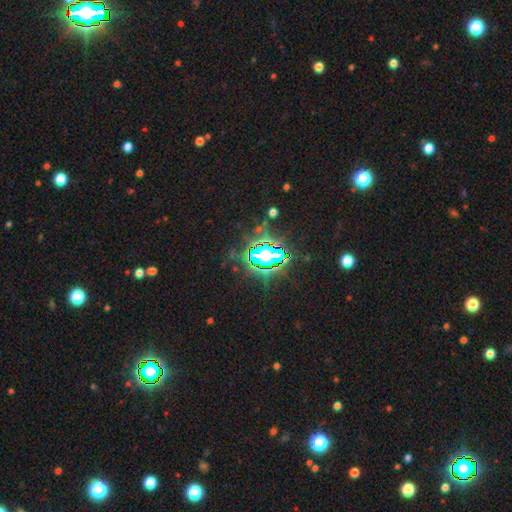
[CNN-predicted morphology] Smooth or featured: star or artifact — 85% (smooth — 9%)